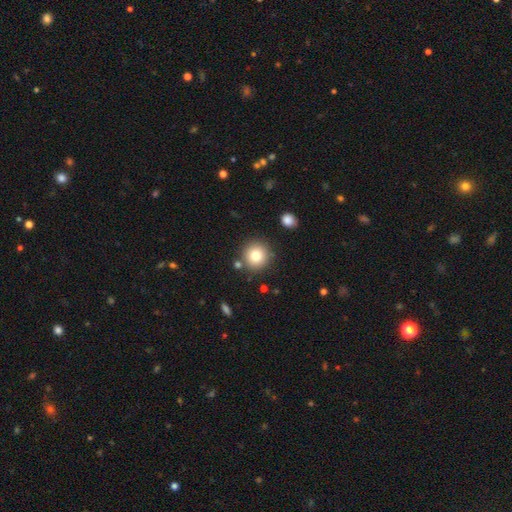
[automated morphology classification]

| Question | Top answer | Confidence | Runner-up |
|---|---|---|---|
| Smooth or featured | smooth | 80% | star or artifact (11%) |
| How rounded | round | 93% | in between (6%) |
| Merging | none | 84% | minor disturbance (8%) |